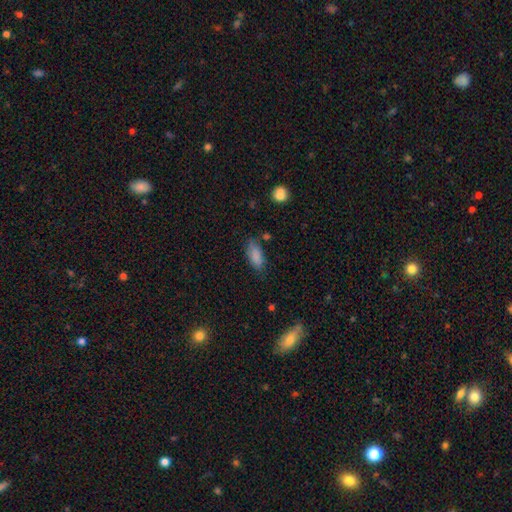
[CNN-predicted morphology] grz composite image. It shows a smooth galaxy with no disk features (86%) that is in between round and cigar-shaped (86%). Merging: none (73%).